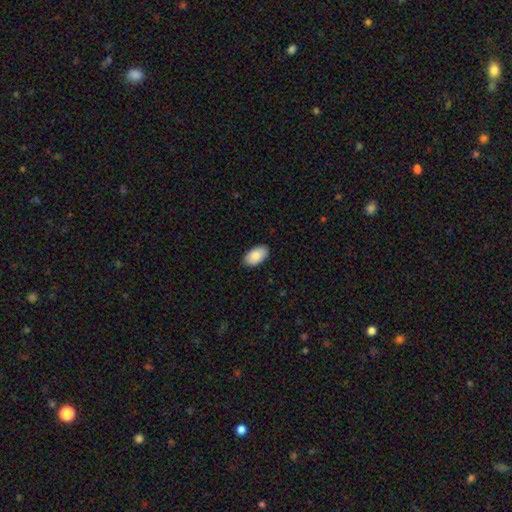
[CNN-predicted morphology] Smooth or featured? smooth (84%)
How rounded? in between (95%)
Merging? none (88%)